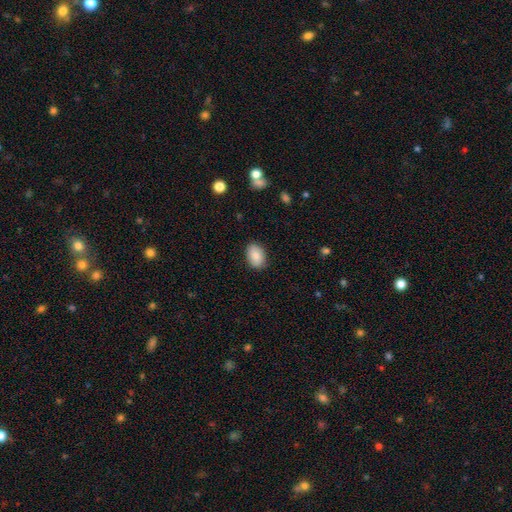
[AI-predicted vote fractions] Smooth or featured? Predicted: smooth (p=0.82). How rounded? Predicted: in between (p=0.81). Merging? Predicted: none (p=0.86).